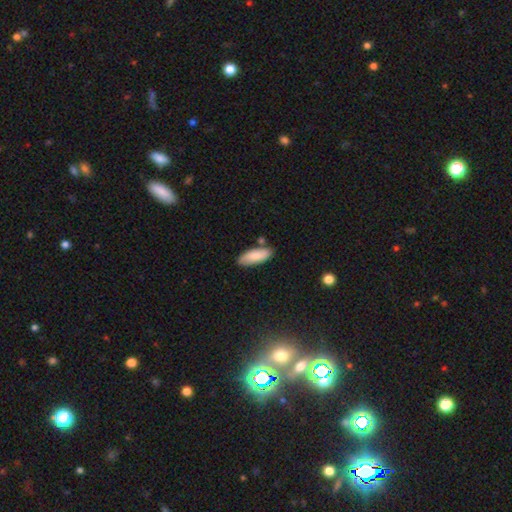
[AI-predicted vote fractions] Smooth or featured? Predicted: smooth (p=0.83). How rounded? Predicted: in between (p=0.73). Merging? Predicted: none (p=0.77).